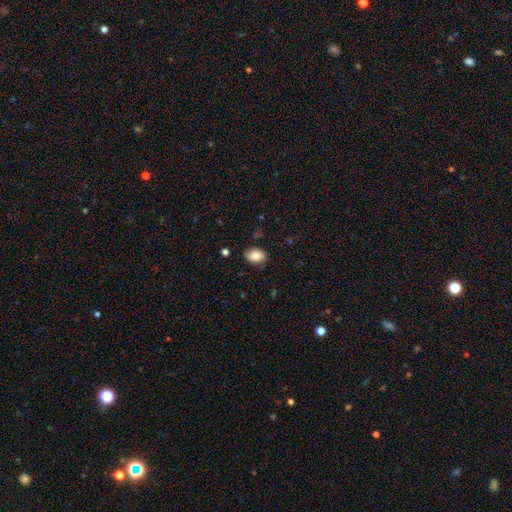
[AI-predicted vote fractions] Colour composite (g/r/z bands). It shows a smooth galaxy with no disk features (85%) that is in between round and cigar-shaped (84%). Merging: none (78%).